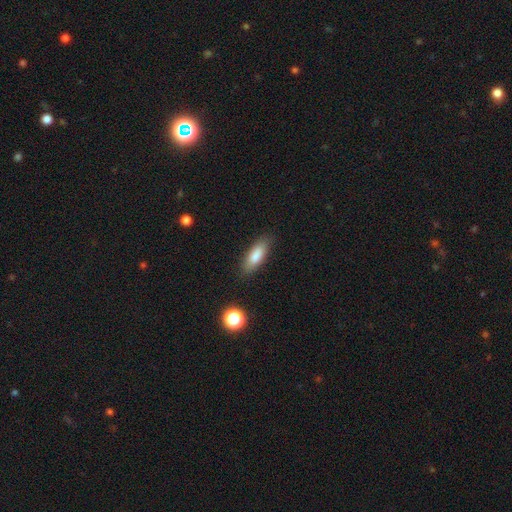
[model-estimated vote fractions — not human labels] Smooth or featured?
  - smooth: 82% *
  - featured or disk: 10%
  - star or artifact: 8%
How rounded?
  - in between: 65% *
  - cigar-shaped: 32%
  - round: 2%
Merging?
  - none: 85% *
  - minor disturbance: 11%
  - major disturbance: 3%
  - merger: 2%